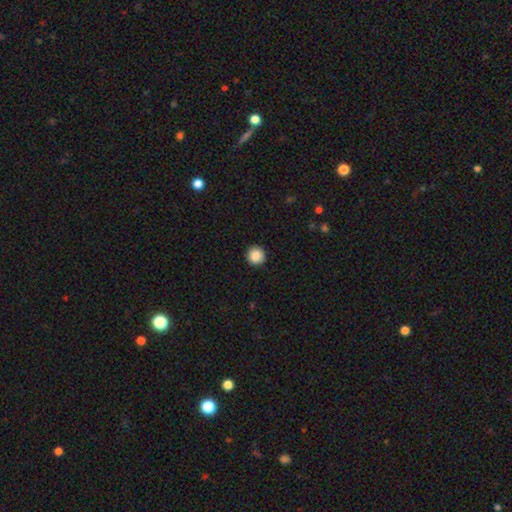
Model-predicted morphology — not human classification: Smooth or featured: smooth — 88% (star or artifact — 9%)
How rounded: round — 95% (in between — 4%)
Merging: none — 92% (minor disturbance — 5%)